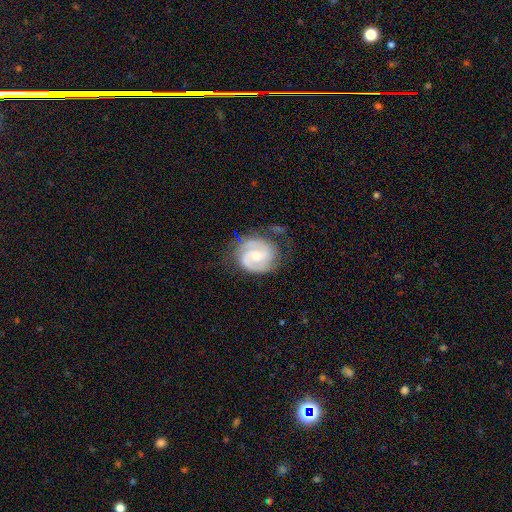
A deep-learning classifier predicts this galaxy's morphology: Overall: featured or disk (87%). Edge-on disk: no (98%). Bar: weak (50%; no 39%). Spiral arms: yes (97%). Spiral arm count: 2 (85%). Spiral winding: tight (47%; medium 44%). Bulge size: moderate (52%; small 41%). Merging: none (70%).